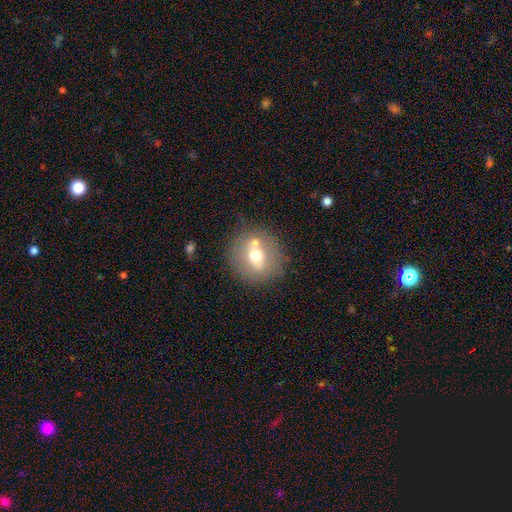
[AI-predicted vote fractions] smooth-or-featured: smooth: 56% | featured or disk: 32% | star or artifact: 12%
  how-rounded: round: 83% | in between: 16% | cigar-shaped: 1%
  merging: none: 72% | merger: 12% | minor disturbance: 11% | major disturbance: 4%